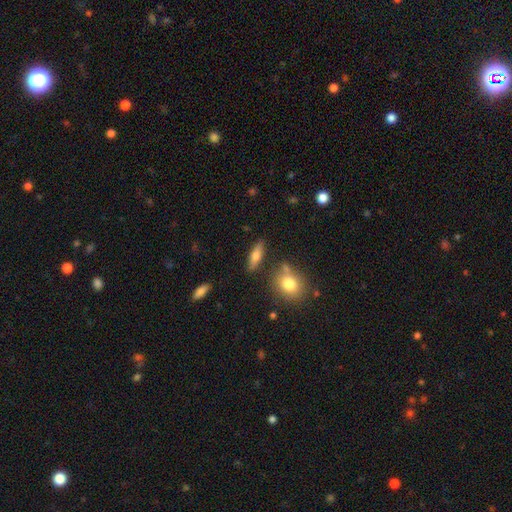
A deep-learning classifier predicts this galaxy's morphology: Smooth or featured? smooth (63%)
How rounded? in between (48%, tied with cigar-shaped)
Merging? none (80%)